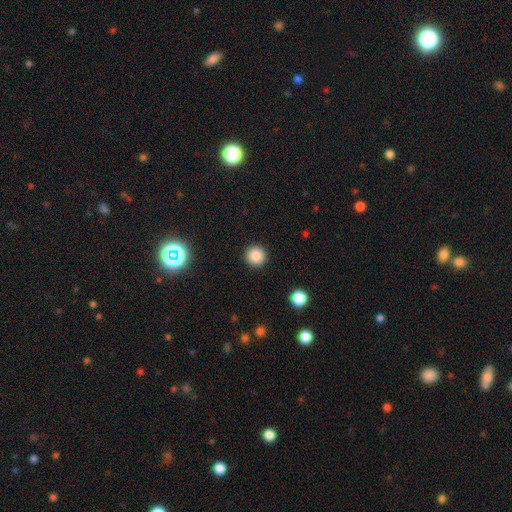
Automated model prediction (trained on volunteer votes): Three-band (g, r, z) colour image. It shows a smooth galaxy with no disk features (86%) that is round (96%). Merging: none (93%).